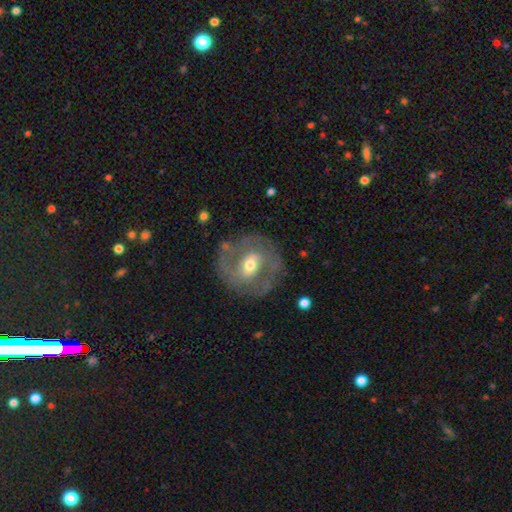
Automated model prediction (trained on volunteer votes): This is likely a featured or disk galaxy (69%). It is clearly not viewed edge-on (94%). Bar: marginally weak (38%). Spiral arm pattern: likely yes (65%). Central bulge: likely moderate (66%). Merging: clearly none (81%).